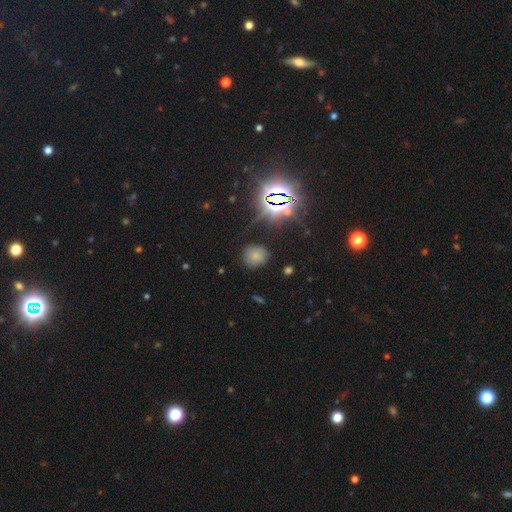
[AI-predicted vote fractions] Smooth or featured?
  - smooth: 67% *
  - star or artifact: 24%
  - featured or disk: 9%
How rounded?
  - round: 85% *
  - in between: 14%
  - cigar-shaped: 1%
Merging?
  - none: 82% *
  - minor disturbance: 12%
  - major disturbance: 4%
  - merger: 2%